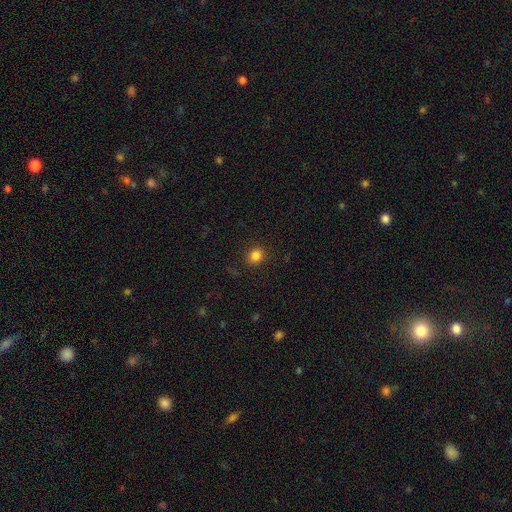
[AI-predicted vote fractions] Smooth or featured?
  - smooth: 84% *
  - star or artifact: 12%
  - featured or disk: 4%
How rounded?
  - round: 80% *
  - in between: 19%
  - cigar-shaped: 1%
Merging?
  - none: 89% *
  - minor disturbance: 8%
  - major disturbance: 3%
  - merger: 1%